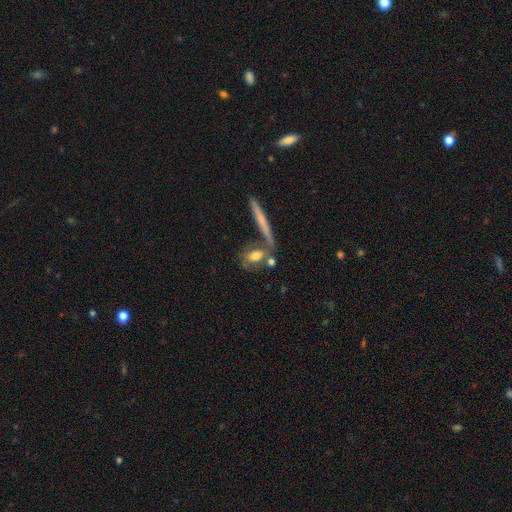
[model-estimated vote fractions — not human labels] Overall: smooth (61%; featured or disk 30%). How rounded: in between (50%; cigar-shaped 34%). Merging: none (53%; merger 25%).